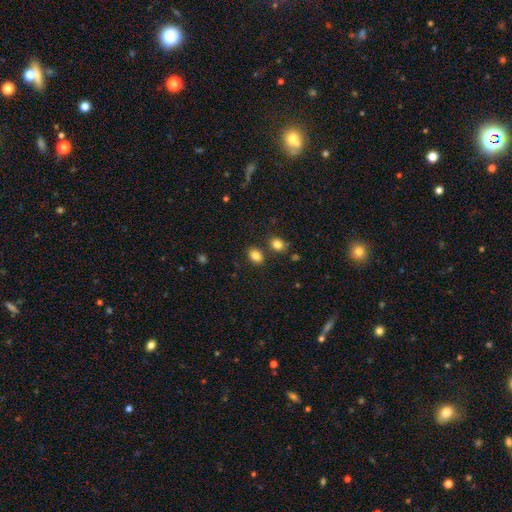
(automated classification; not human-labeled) This is clearly a smooth galaxy (85%). How rounded: likely in between (70%). Merging: likely none (76%).